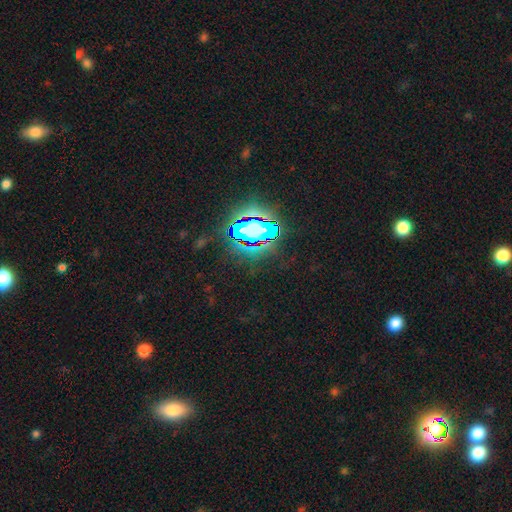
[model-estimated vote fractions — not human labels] smooth-or-featured: star or artifact: 71% | smooth: 16% | featured or disk: 13%